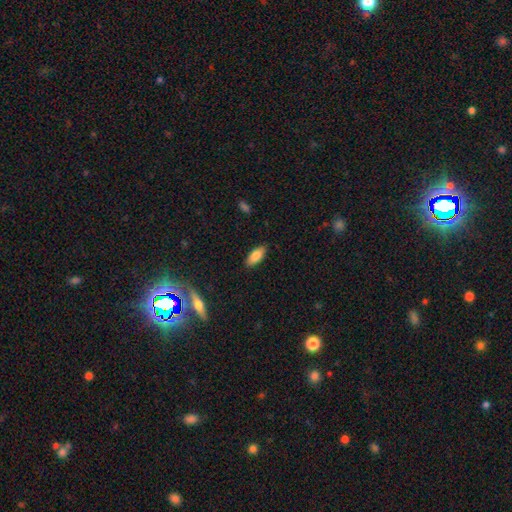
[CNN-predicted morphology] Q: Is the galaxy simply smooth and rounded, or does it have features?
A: smooth — 82%.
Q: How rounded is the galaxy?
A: in between — 83%.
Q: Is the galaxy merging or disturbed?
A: none — 87%.